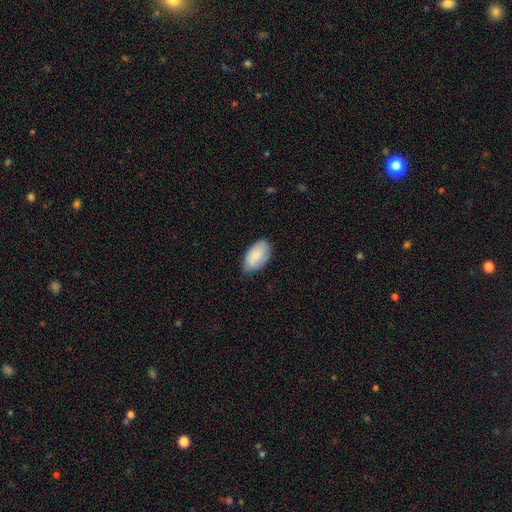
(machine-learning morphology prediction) smooth-or-featured: smooth: 78% | featured or disk: 16% | star or artifact: 6%
  how-rounded: in between: 94% | round: 4% | cigar-shaped: 2%
  merging: none: 69% | minor disturbance: 26% | major disturbance: 4% | merger: 1%